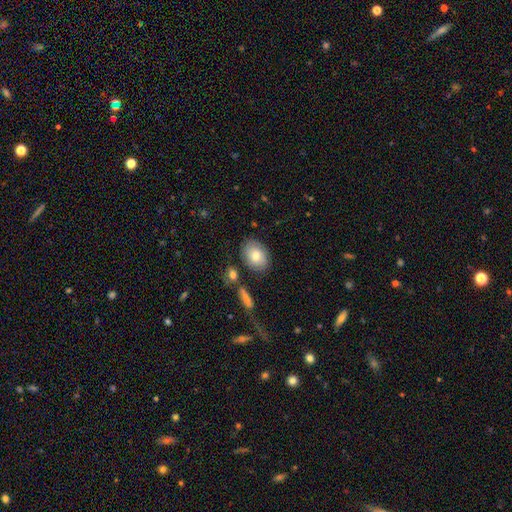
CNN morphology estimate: This is likely a smooth galaxy (70%). How rounded: likely in between (75%). Merging: likely none (78%).